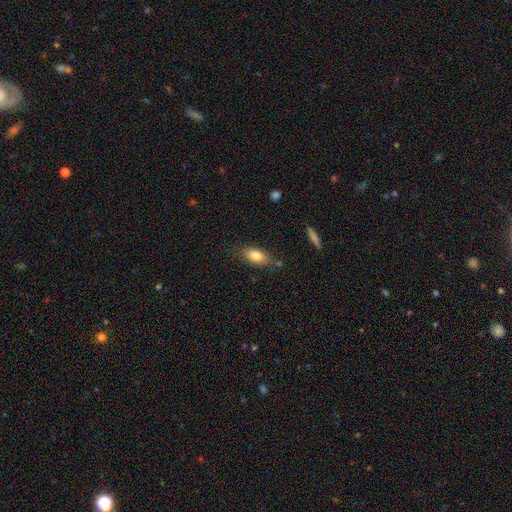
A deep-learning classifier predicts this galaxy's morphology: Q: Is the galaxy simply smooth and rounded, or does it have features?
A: smooth — 80%.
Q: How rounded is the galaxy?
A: in between — 84%.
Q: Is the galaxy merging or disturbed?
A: none — 77%.